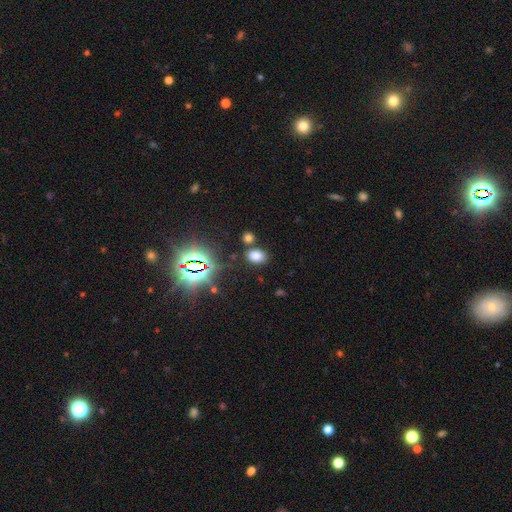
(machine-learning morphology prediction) smooth 73%, star or artifact 22%, featured or disk 6%. Down the decision tree: how rounded — in between (74%); merging — none (75%).